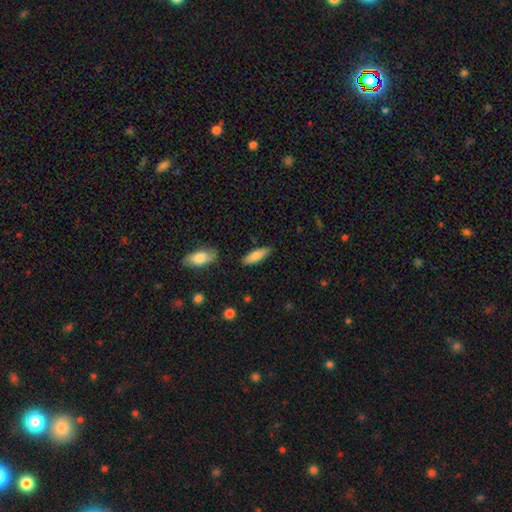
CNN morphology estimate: Smooth or featured: smooth — 80% (featured or disk — 14%)
How rounded: in between — 55% (cigar-shaped — 43%)
Merging: none — 84% (minor disturbance — 11%)